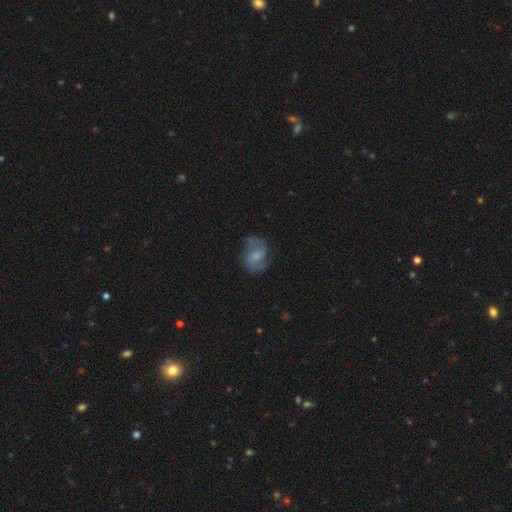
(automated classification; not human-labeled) This appears to be a featured or disk galaxy (63%) with a weak bar (51%), 2 (83%) medium (46%) spiral arms (87%) and a small central bulge (33%). Merging: none (62%).